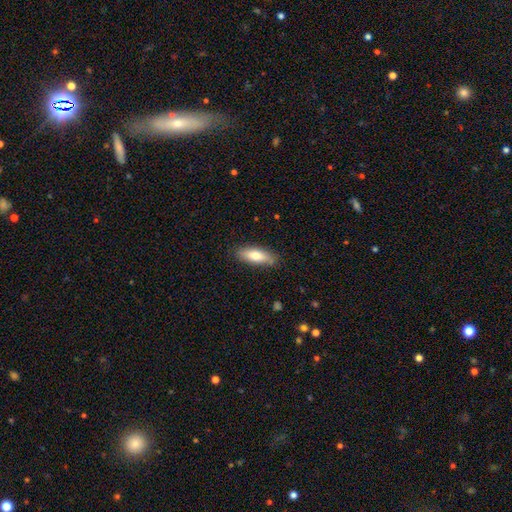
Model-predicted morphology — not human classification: smooth-or-featured: smooth: 73% | featured or disk: 21% | star or artifact: 6%
  how-rounded: in between: 66% | cigar-shaped: 32% | round: 2%
  merging: none: 83% | minor disturbance: 13% | major disturbance: 2% | merger: 1%